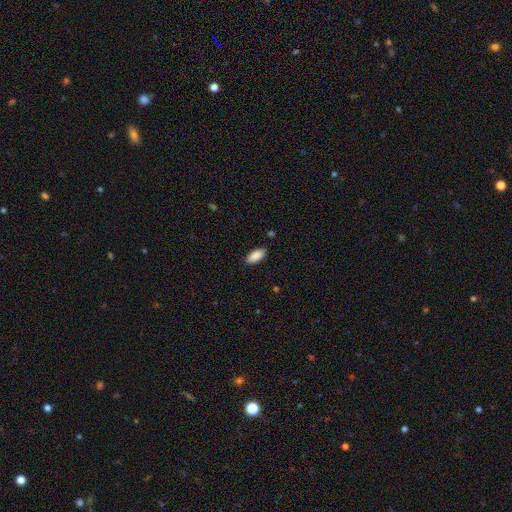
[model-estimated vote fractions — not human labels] This is clearly a smooth galaxy (89%). How rounded: clearly in between (91%). Merging: clearly none (86%).